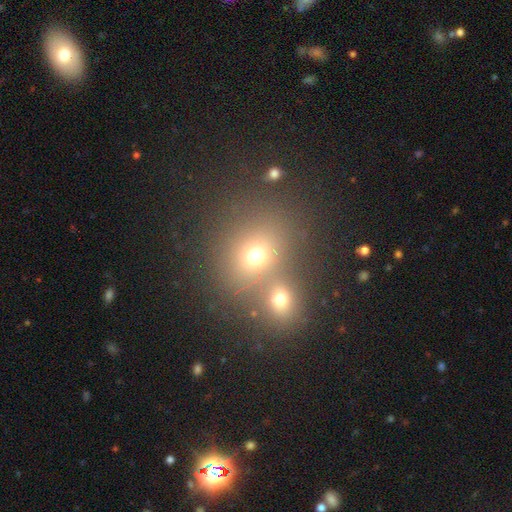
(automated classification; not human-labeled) Morphology: type=smooth (69%); roundness=round (69%); merging=none (45%).